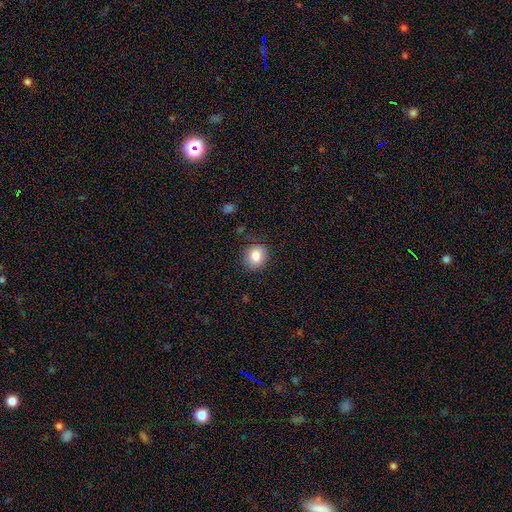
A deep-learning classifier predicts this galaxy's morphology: Smooth or featured? Predicted: smooth (p=0.82). How rounded? Predicted: round (p=0.80). Merging? Predicted: none (p=0.85).